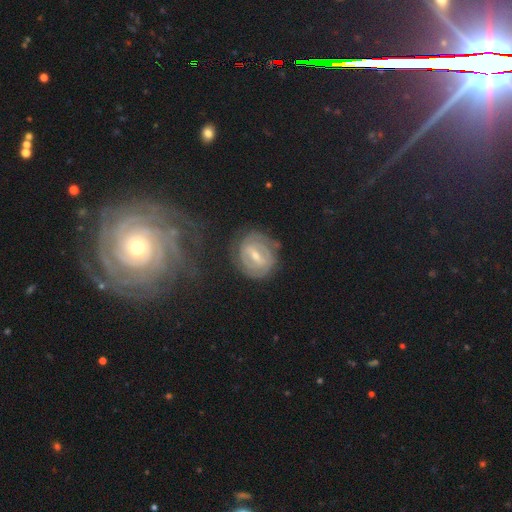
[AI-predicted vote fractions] The model was most divided on "bulge size": small: 49%, moderate: 47%, large: 2%, none: 2%, dominant: 1%. Remaining: edge-on disk — no (96%); spiral arms — yes (87%); smooth or featured — featured or disk (80%); merging — none (75%); spiral winding — tight (75%); bar — strong (49%); spiral arm count — 2 (39%).